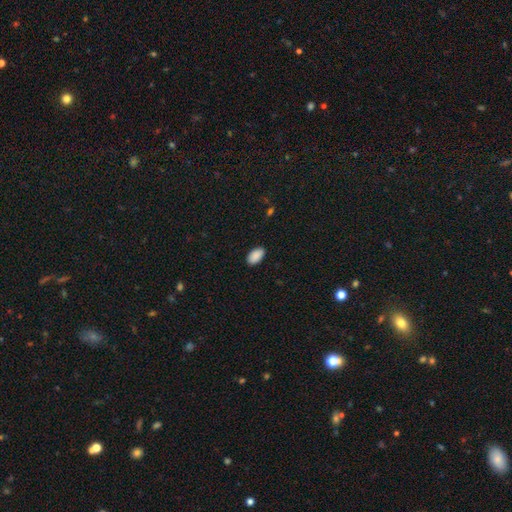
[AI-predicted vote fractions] Morphology: type=smooth (90%); roundness=in between (95%); merging=none (89%).